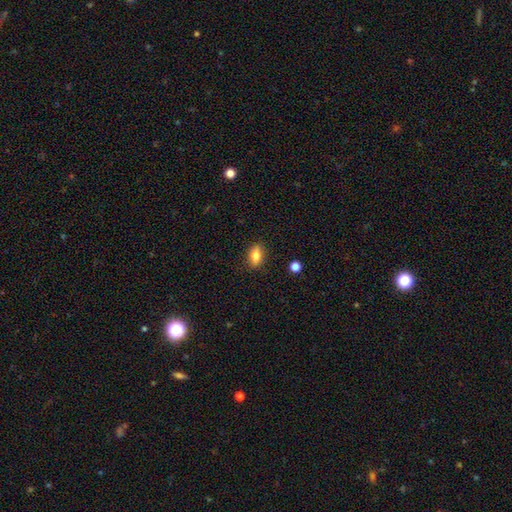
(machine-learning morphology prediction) Q: Smooth or featured?
A: smooth (80%); runner-up: featured or disk (12%)
Q: How rounded?
A: in between (81%); runner-up: round (12%)
Q: Merging?
A: none (85%); runner-up: minor disturbance (11%)